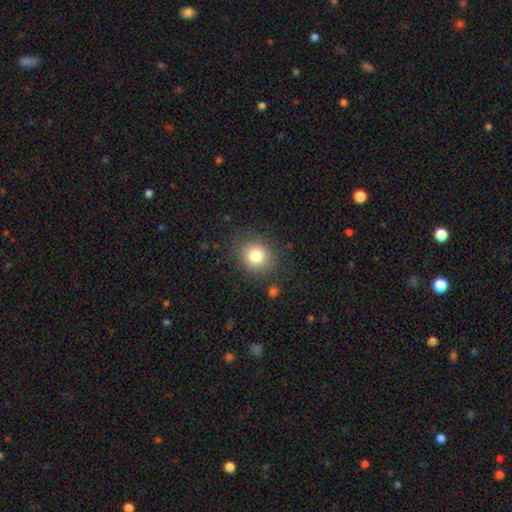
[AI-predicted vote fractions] The model was most divided on "how rounded": round: 82%, in between: 17%, cigar-shaped: 1%. More confident: merging — none (85%); smooth or featured — smooth (81%).